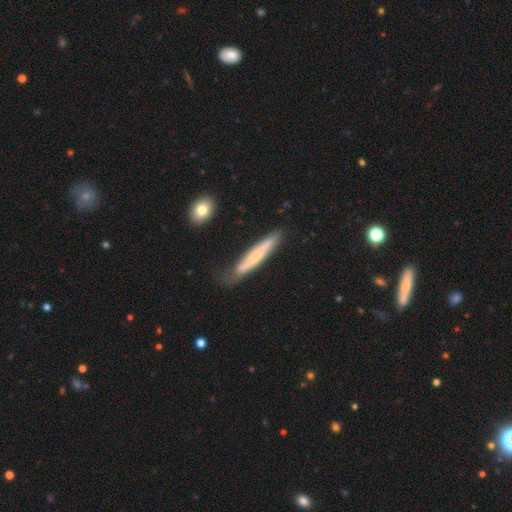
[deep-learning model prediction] Smooth or featured?
  - smooth: 53% *
  - featured or disk: 41%
  - star or artifact: 7%
How rounded?
  - cigar-shaped: 92% *
  - in between: 6%
  - round: 1%
Merging?
  - none: 61% *
  - minor disturbance: 28%
  - major disturbance: 8%
  - merger: 3%